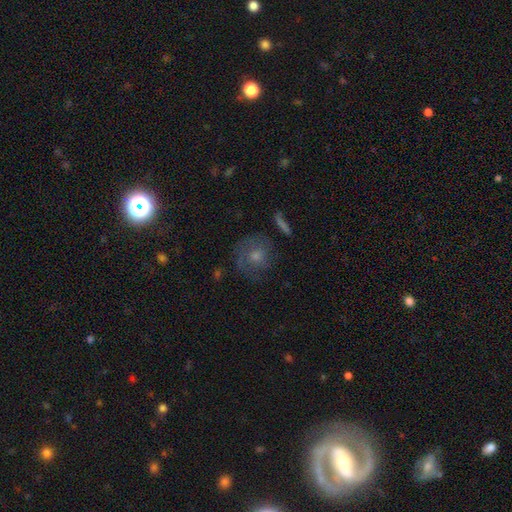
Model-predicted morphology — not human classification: Overall: featured or disk (48%; smooth 33%). Merging: none (69%).